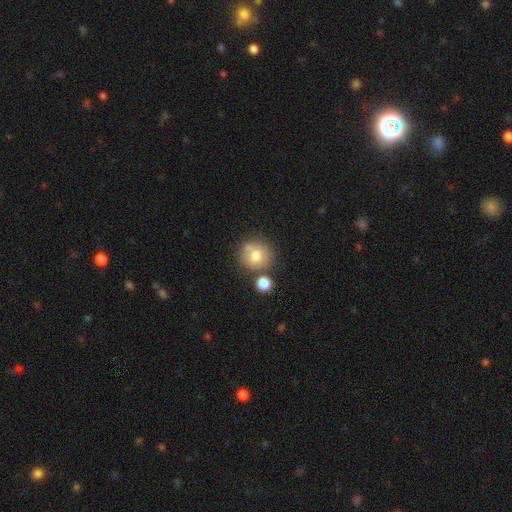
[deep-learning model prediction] smooth_or_featured: smooth (p=0.75) [alt: featured or disk p=0.15]
how_rounded: round (p=0.92) [alt: in between p=0.07]
merging: none (p=0.67) [alt: merger p=0.17]